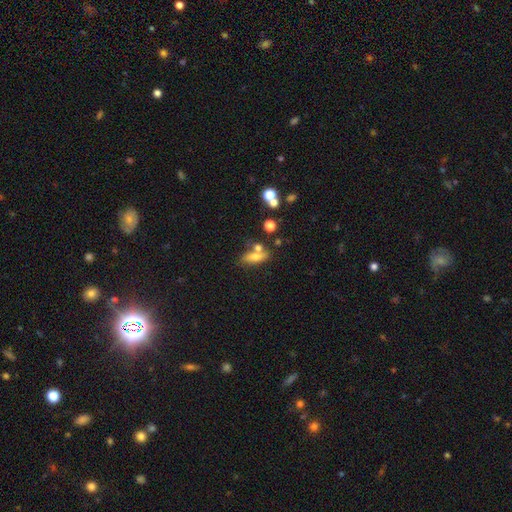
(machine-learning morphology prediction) Q: Smooth or featured?
A: smooth (68%); runner-up: featured or disk (21%)
Q: How rounded?
A: in between (62%); runner-up: cigar-shaped (31%)
Q: Merging?
A: none (52%); runner-up: merger (25%)